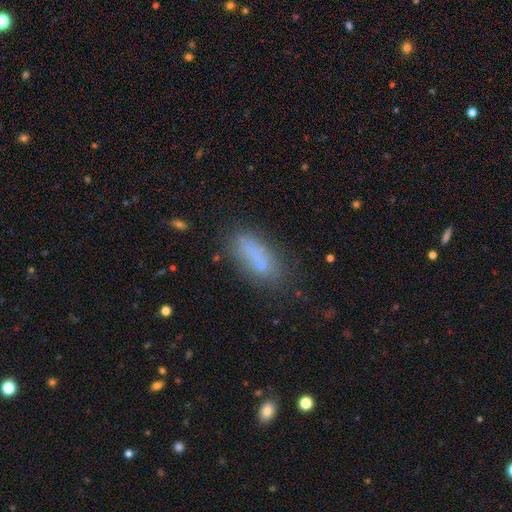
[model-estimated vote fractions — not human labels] Morphology: type=smooth (72%); roundness=in between (72%); merging=none (61%).